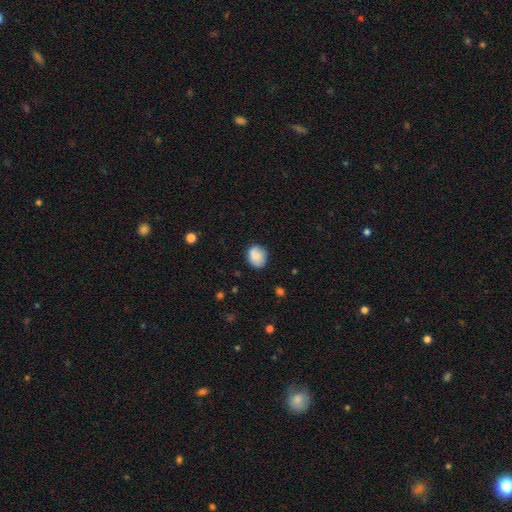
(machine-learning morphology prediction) Smooth or featured?
  - smooth: 76% *
  - featured or disk: 16%
  - star or artifact: 8%
How rounded?
  - round: 64% *
  - in between: 35%
  - cigar-shaped: 1%
Merging?
  - none: 77% *
  - minor disturbance: 18%
  - major disturbance: 4%
  - merger: 2%